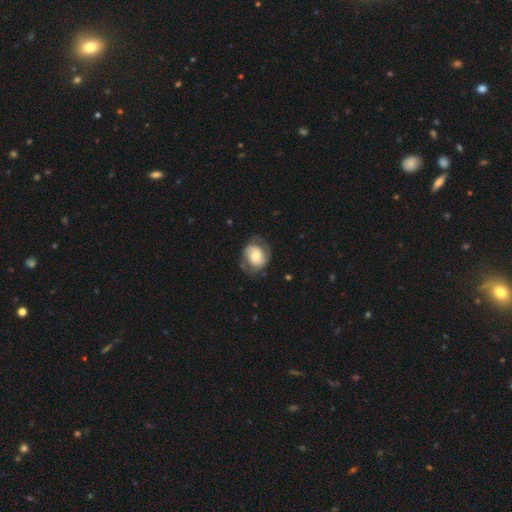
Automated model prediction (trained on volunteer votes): The model was most divided on "smooth or featured" (2-way tie): featured or disk: 47%, smooth: 47%, star or artifact: 6%. More confident: merging — none (64%).